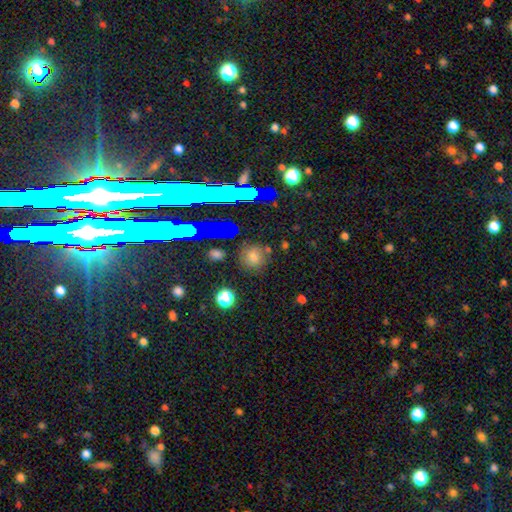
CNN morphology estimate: smooth 66%, star or artifact 24%, featured or disk 10%. Down the decision tree: how rounded — round (83%); merging — none (82%).